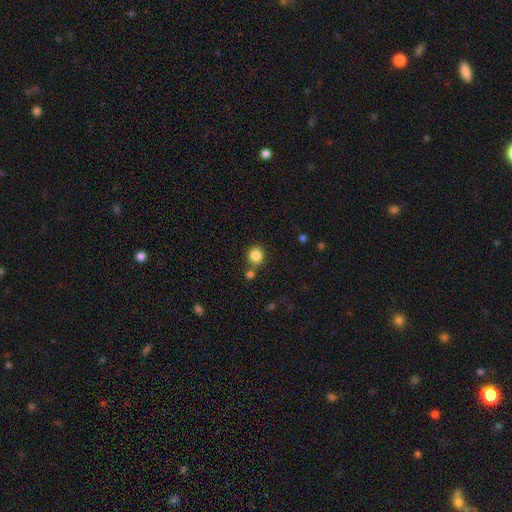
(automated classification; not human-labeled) This is clearly a smooth galaxy (85%). How rounded: clearly round (86%). Merging: likely none (73%).